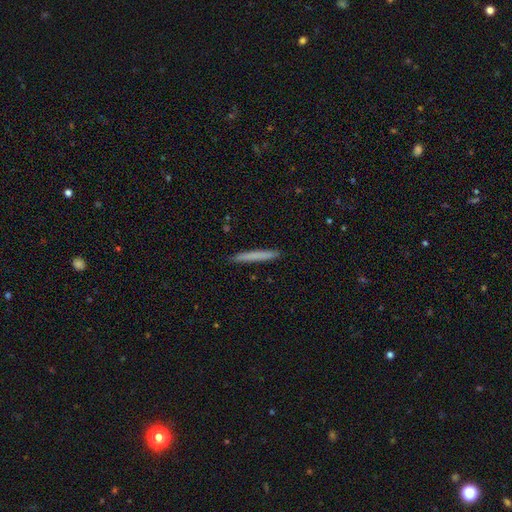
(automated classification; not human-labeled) The model was most divided on "smooth or featured": smooth: 73%, featured or disk: 21%, star or artifact: 6%. More confident: how rounded — cigar-shaped (97%); merging — none (92%).